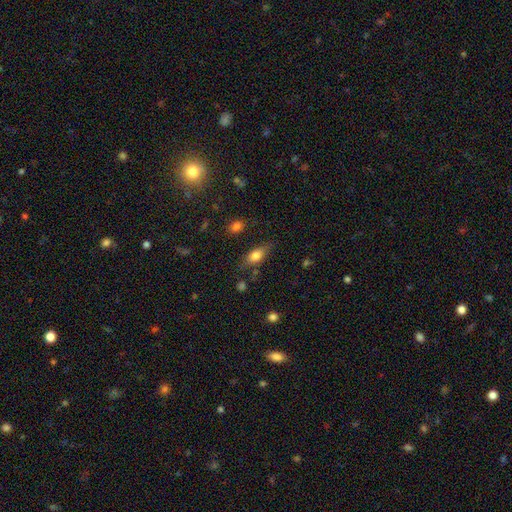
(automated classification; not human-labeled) Smooth or featured?
  - smooth: 71% *
  - featured or disk: 21%
  - star or artifact: 8%
How rounded?
  - in between: 77% *
  - cigar-shaped: 17%
  - round: 6%
Merging?
  - none: 73% *
  - minor disturbance: 19%
  - major disturbance: 5%
  - merger: 3%